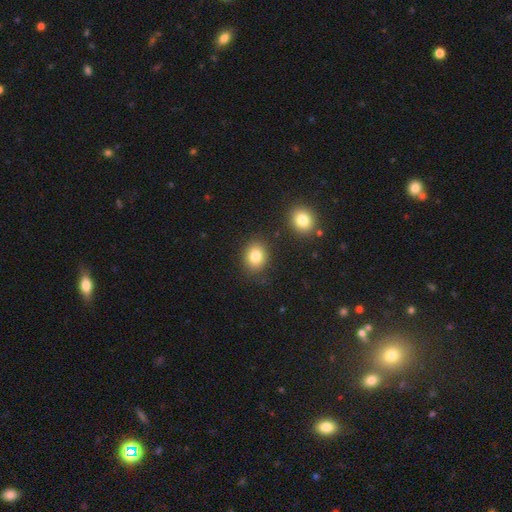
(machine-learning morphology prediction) type=smooth (82%); roundness=round (57%); merging=none (82%).